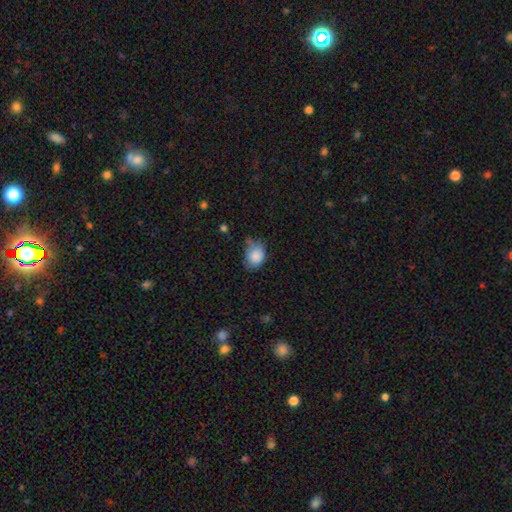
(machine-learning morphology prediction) Smooth or featured: smooth — 86% (star or artifact — 8%)
How rounded: in between — 61% (round — 38%)
Merging: none — 49% (minor disturbance — 37%)